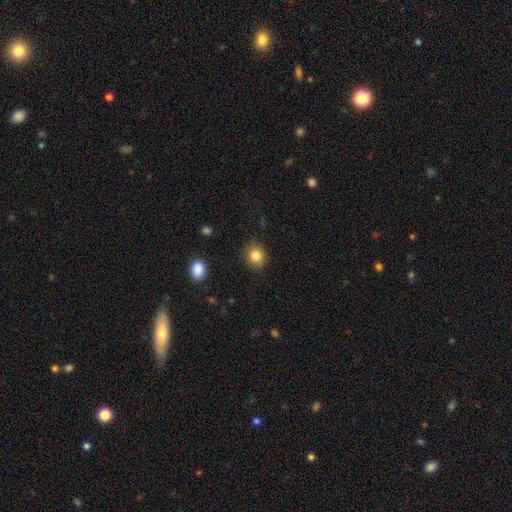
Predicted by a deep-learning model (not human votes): Smooth or featured? smooth (83%)
How rounded? round (83%)
Merging? none (88%)